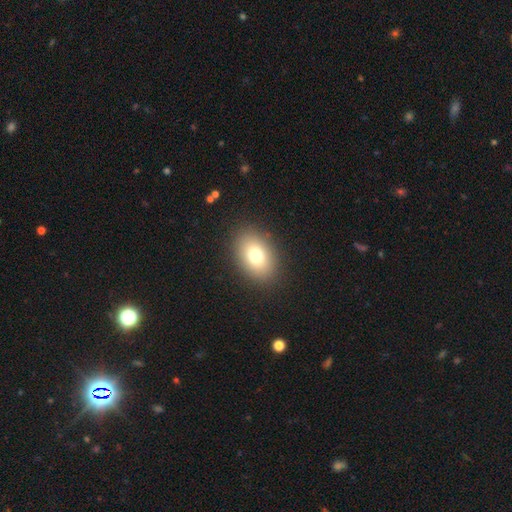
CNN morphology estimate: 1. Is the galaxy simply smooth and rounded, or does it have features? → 78% smooth, 12% featured or disk, 11% star or artifact.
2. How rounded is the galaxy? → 79% in between, 20% round, 1% cigar-shaped.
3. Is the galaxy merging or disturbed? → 88% none, 8% minor disturbance, 3% major disturbance, 1% merger.